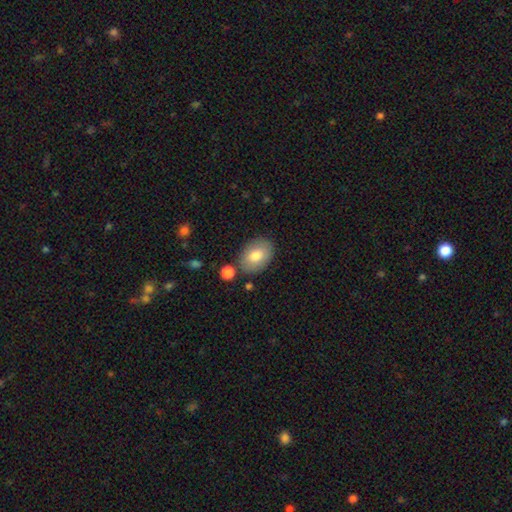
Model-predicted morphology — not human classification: Overall: smooth (79%). How rounded: in between (82%). Merging: none (81%).